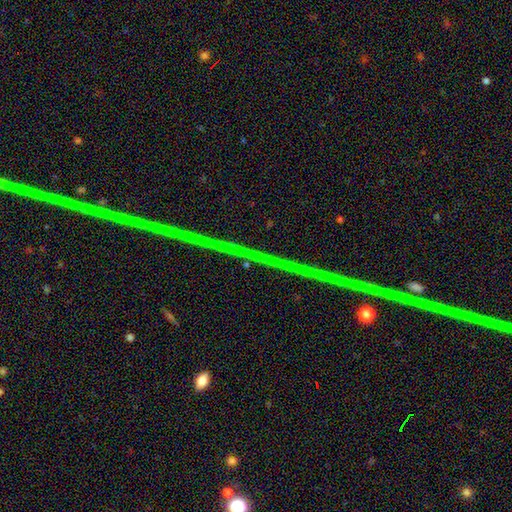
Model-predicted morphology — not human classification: Smooth or featured? star or artifact (78%)